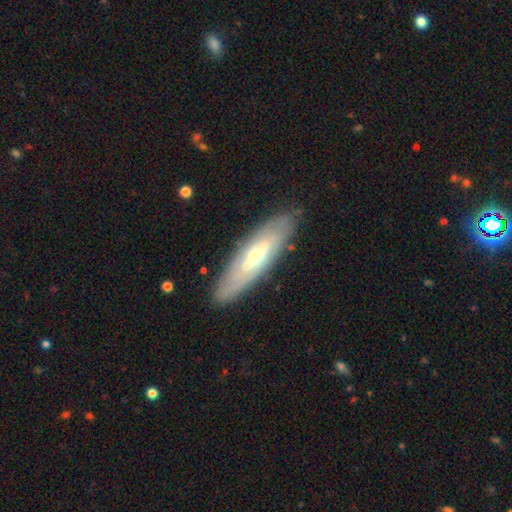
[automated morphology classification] Smooth or featured: featured or disk — 65% (smooth — 28%)
Edge-on disk: no — 60% (yes — 40%)
Merging: none — 86% (minor disturbance — 10%)